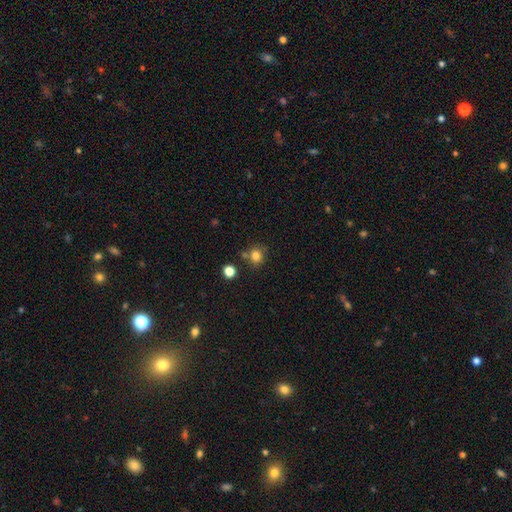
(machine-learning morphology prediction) This is clearly a smooth galaxy (80%). How rounded: clearly round (87%). Merging: likely none (73%).